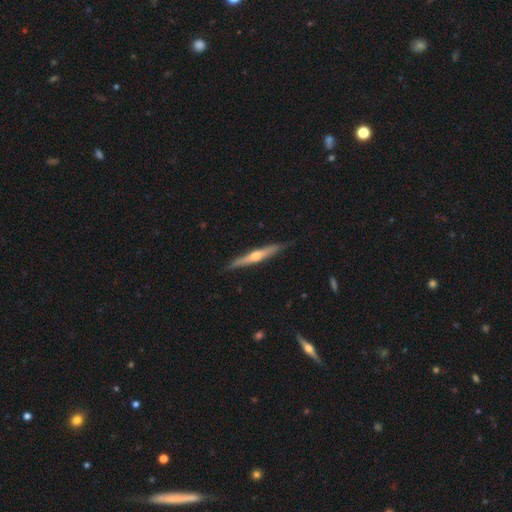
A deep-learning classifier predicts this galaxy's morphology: Overall: featured or disk (68%). Edge-on disk: yes (97%). Edge-on bulge: rounded (84%). Merging: none (87%).